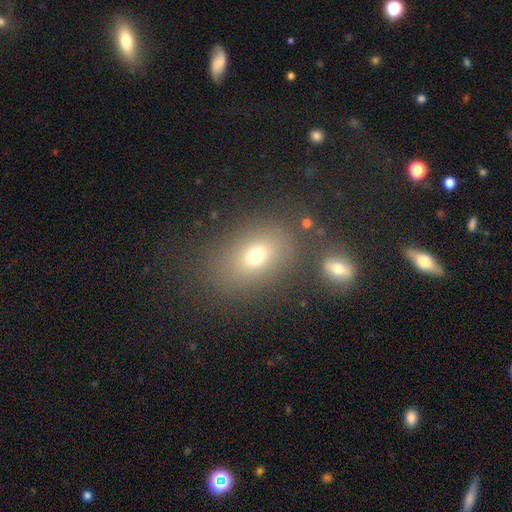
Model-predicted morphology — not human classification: A smooth galaxy with no disk features (69%) that is in between round and cigar-shaped (69%). Merging: none (74%).